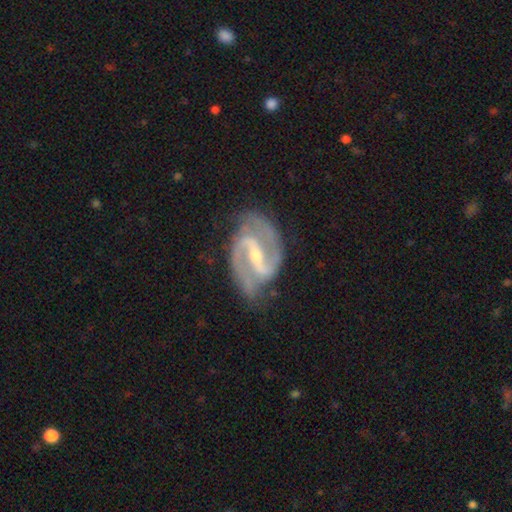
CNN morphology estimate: type=featured or disk (93%); edge-on=no (97%); bar=strong (62%); spiral arms=yes (98%); winding=medium (59%); arm count=2 (93%); bulge=small (60%); merging=none (76%).